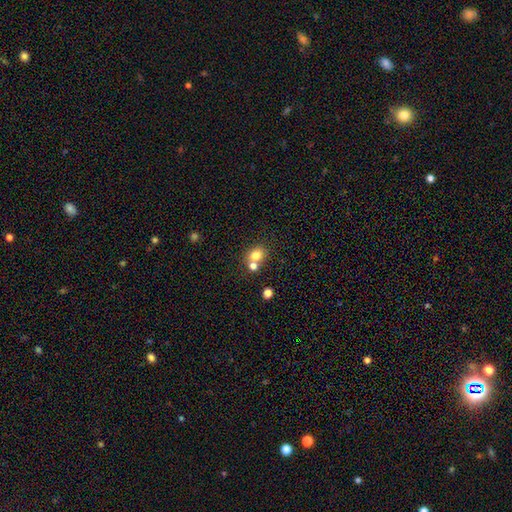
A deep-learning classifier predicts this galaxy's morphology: Smooth or featured? Predicted: smooth (p=0.77). How rounded? Predicted: round (p=0.67). Merging? Predicted: none (p=0.49).